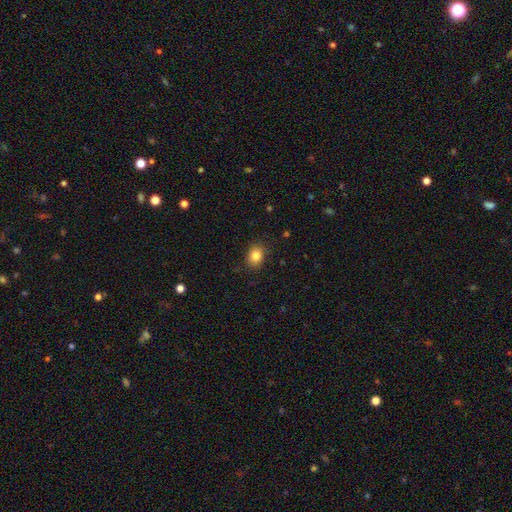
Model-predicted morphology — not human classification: Smooth or featured? Predicted: smooth (p=0.84). How rounded? Predicted: in between (p=0.50). Merging? Predicted: none (p=0.86).